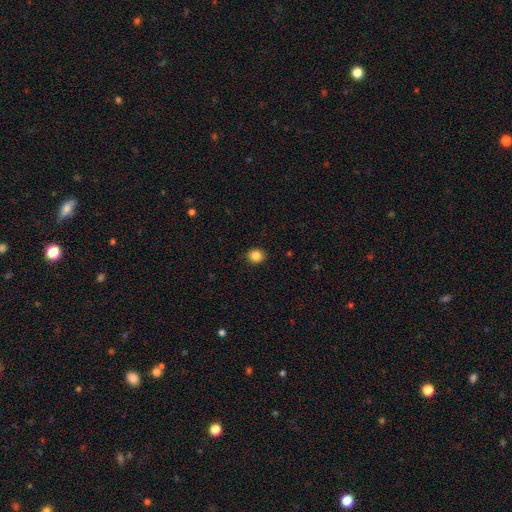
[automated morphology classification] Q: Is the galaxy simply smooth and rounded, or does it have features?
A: smooth — 85%.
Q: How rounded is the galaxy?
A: round — 84%.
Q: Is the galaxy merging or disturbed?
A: none — 91%.